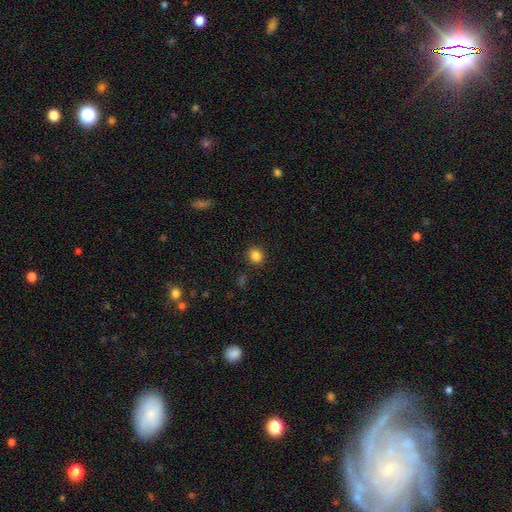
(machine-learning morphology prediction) smooth 85%, star or artifact 11%, featured or disk 4%. Down the decision tree: how rounded — round (68%); merging — none (87%).